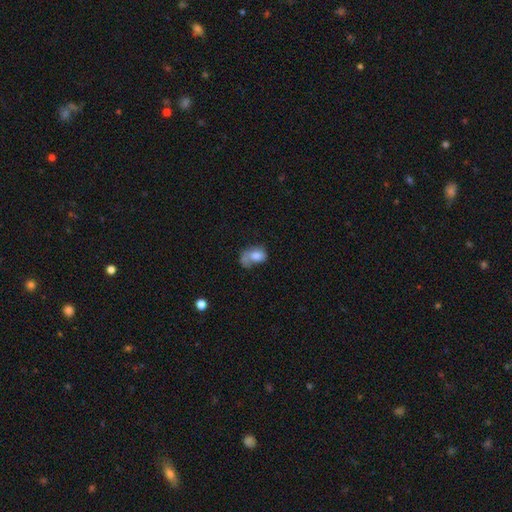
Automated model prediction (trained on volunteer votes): smooth_or_featured: smooth (p=0.68) [alt: featured or disk p=0.23]
how_rounded: in between (p=0.74) [alt: round p=0.25]
merging: major disturbance (p=0.37) [alt: none p=0.23]